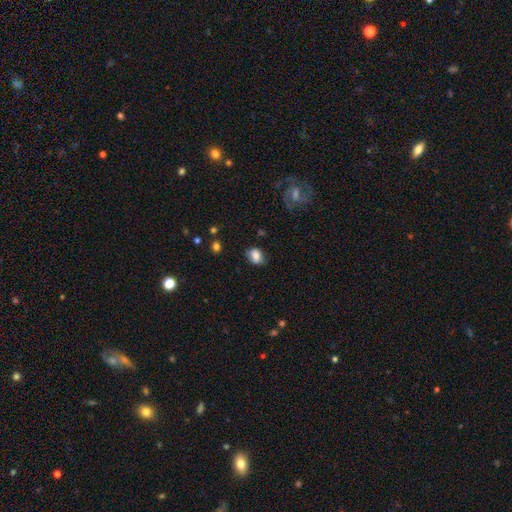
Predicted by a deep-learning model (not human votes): This appears to be a smooth galaxy with no disk features (79%) that is in between round and cigar-shaped (70%). Merging: none (69%).